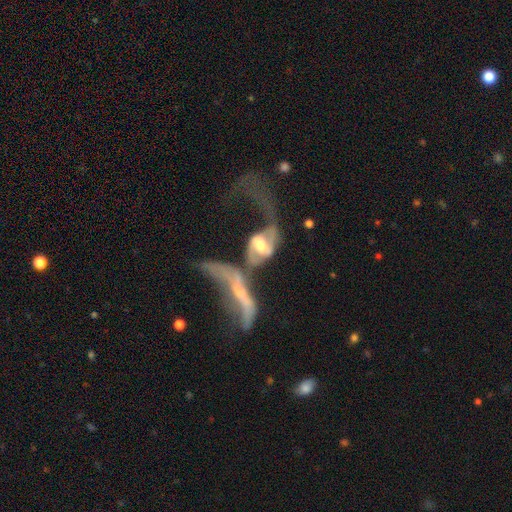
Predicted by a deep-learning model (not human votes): Overall: featured or disk (57%; star or artifact 23%). Edge-on disk: no (75%). Merging: merger (58%).